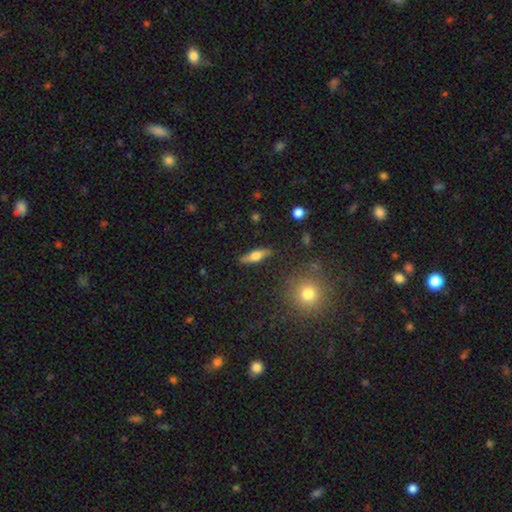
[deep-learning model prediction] smooth_or_featured: smooth (p=0.47) [alt: featured or disk p=0.46]
merging: none (p=0.85) [alt: minor disturbance p=0.10]